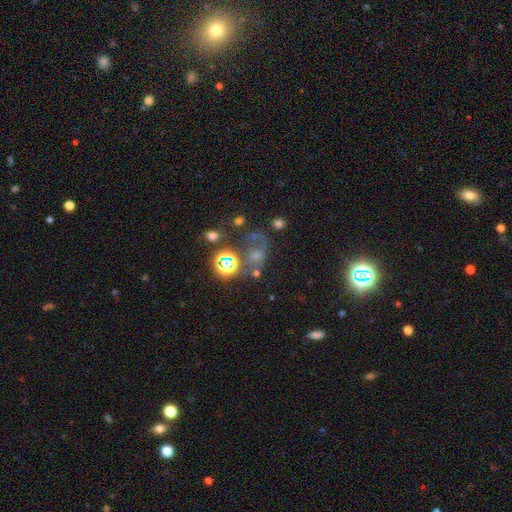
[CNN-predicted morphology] Smooth or featured? Predicted: smooth (p=0.41). Merging? Predicted: none (p=0.36).